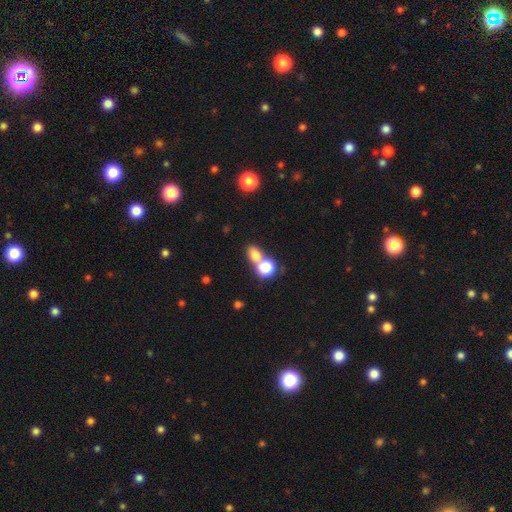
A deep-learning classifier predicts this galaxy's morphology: type=smooth (75%); roundness=in between (51%); merging=merger (55%).